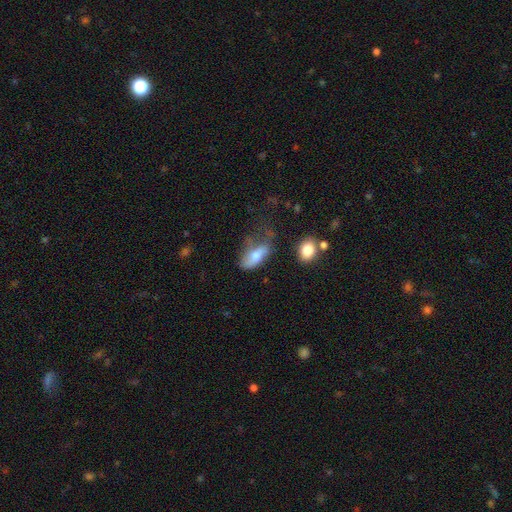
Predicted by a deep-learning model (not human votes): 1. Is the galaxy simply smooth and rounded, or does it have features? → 61% smooth, 31% featured or disk, 8% star or artifact.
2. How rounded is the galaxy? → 79% in between, 16% cigar-shaped, 4% round.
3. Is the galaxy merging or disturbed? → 35% none, 31% minor disturbance, 27% major disturbance, 6% merger.